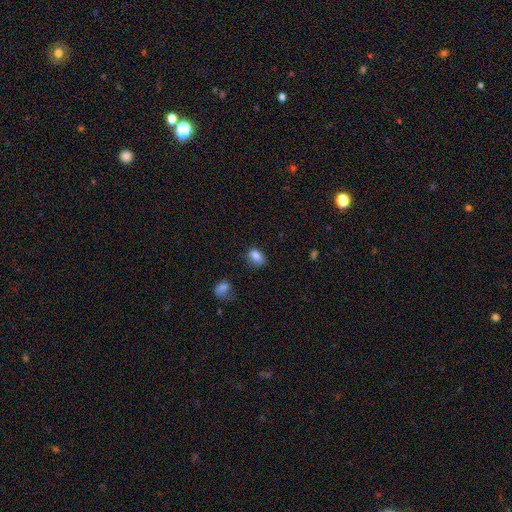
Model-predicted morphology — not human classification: A smooth galaxy with no disk features (84%) that is in between round and cigar-shaped (79%).

Vote fractions:
- Smooth or featured? smooth: 84% / star or artifact: 10% / featured or disk: 7%
- How rounded? in between: 79% / round: 19% / cigar-shaped: 2%
- Merging? none: 67% / minor disturbance: 24% / major disturbance: 6% / merger: 3%